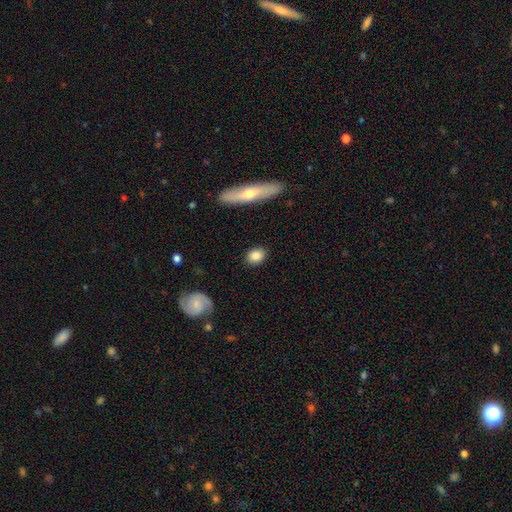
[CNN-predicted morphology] The model was most divided on "how rounded": round: 49%, in between: 48%, cigar-shaped: 3%. More confident: merging — none (88%); smooth or featured — smooth (85%).